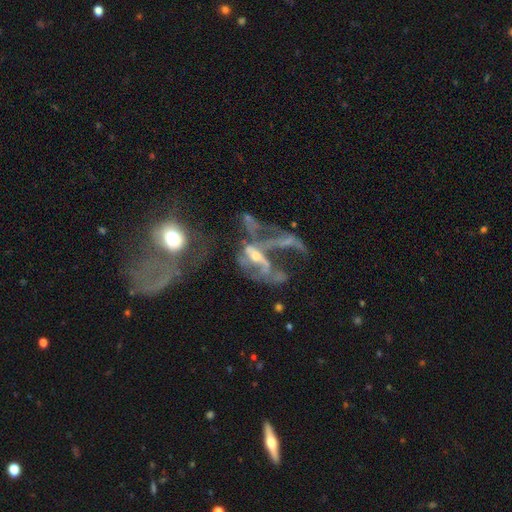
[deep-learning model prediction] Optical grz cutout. It shows a featured or disk galaxy (72%) with no bar (63%), no spiral arms (53%) and a moderate central bulge (43%). Merging: merger (41%).